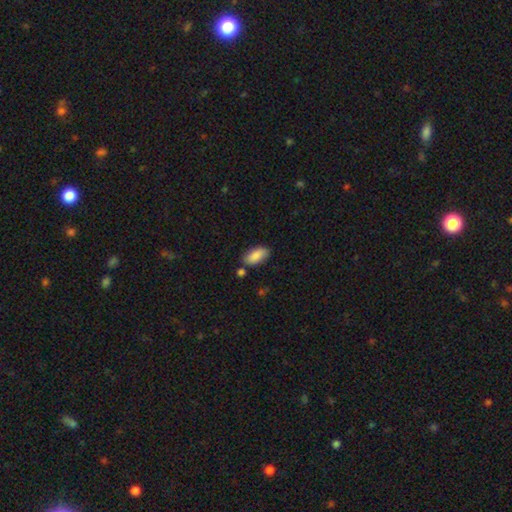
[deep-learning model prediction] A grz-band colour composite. It shows a smooth galaxy with no disk features (87%) that is in between round and cigar-shaped (92%). Merging: none (78%).